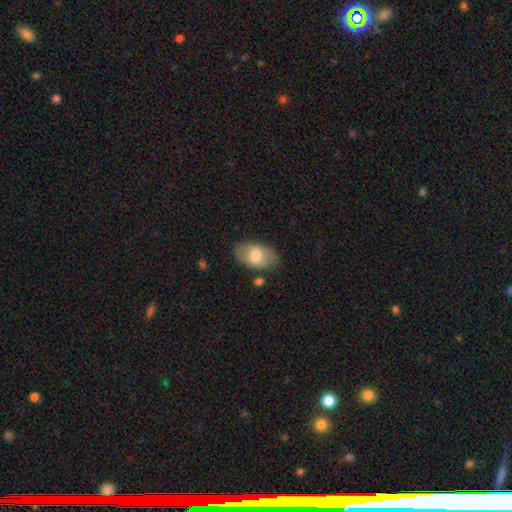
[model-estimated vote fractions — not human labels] smooth-or-featured: smooth: 72% | featured or disk: 21% | star or artifact: 6%
  how-rounded: in between: 92% | round: 7% | cigar-shaped: 1%
  merging: none: 79% | minor disturbance: 14% | major disturbance: 3% | merger: 3%